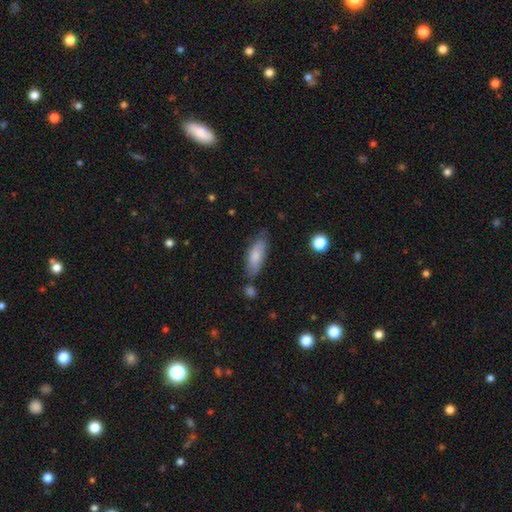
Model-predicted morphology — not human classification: Smooth or featured? Predicted: smooth (p=0.76). How rounded? Predicted: in between (p=0.67). Merging? Predicted: none (p=0.68).